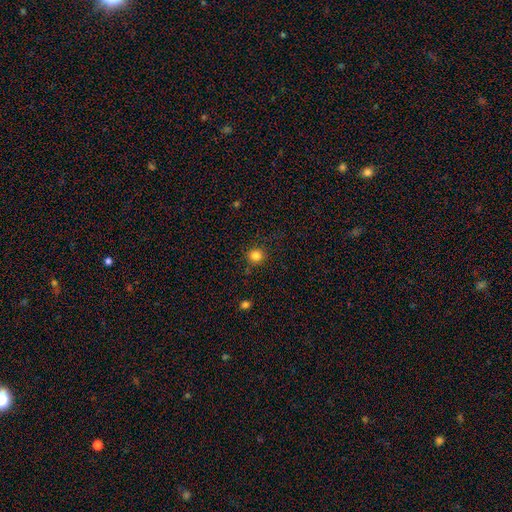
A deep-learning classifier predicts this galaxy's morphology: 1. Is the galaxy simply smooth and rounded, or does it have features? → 83% smooth, 12% star or artifact, 5% featured or disk.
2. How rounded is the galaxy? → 92% round, 7% in between, 1% cigar-shaped.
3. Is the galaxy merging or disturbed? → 88% none, 8% minor disturbance, 2% major disturbance, 2% merger.